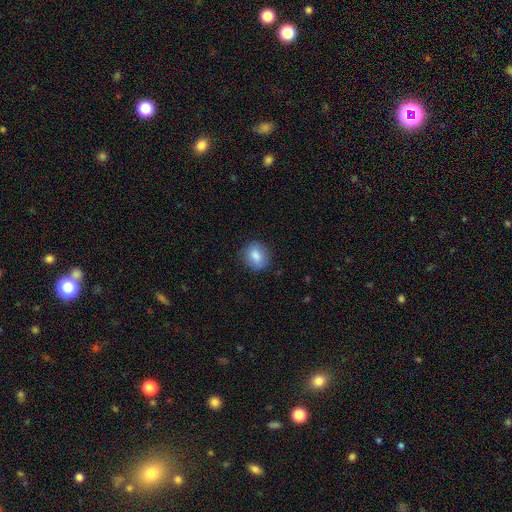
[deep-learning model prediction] Morphology: type=smooth (83%); roundness=round (60%); merging=none (85%).